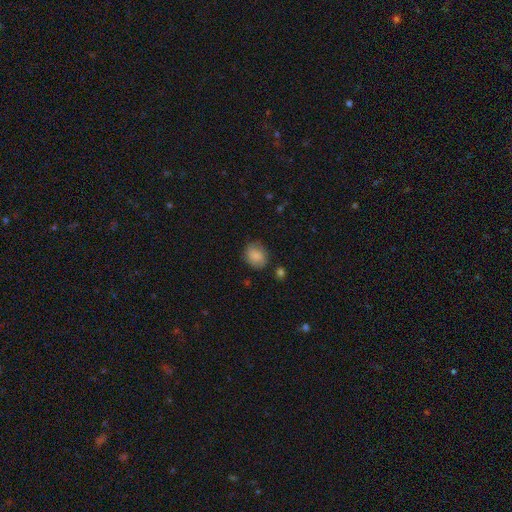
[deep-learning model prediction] Smooth or featured: smooth — 83% (featured or disk — 9%)
How rounded: round — 54% (in between — 45%)
Merging: none — 75% (minor disturbance — 18%)